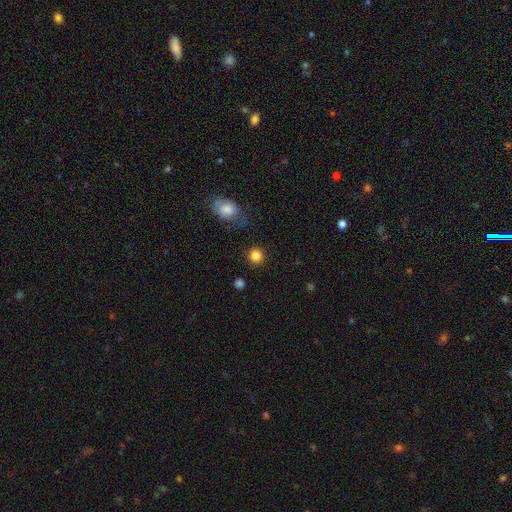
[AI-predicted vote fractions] Overall: smooth (85%). How rounded: round (91%). Merging: none (88%).